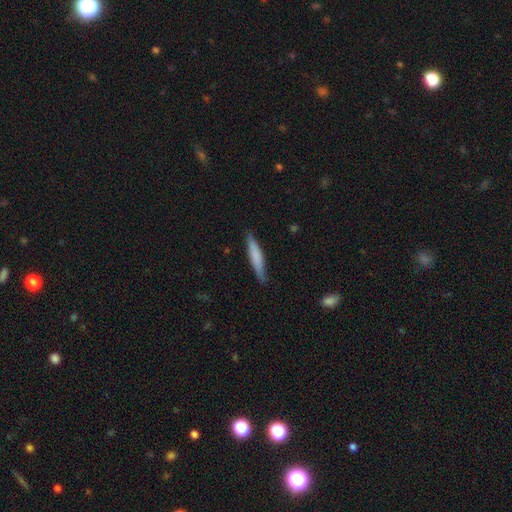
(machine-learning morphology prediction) smooth-or-featured: smooth: 71% | featured or disk: 24% | star or artifact: 5%
  how-rounded: cigar-shaped: 92% | in between: 7% | round: 1%
  merging: none: 85% | minor disturbance: 12% | major disturbance: 2% | merger: 1%